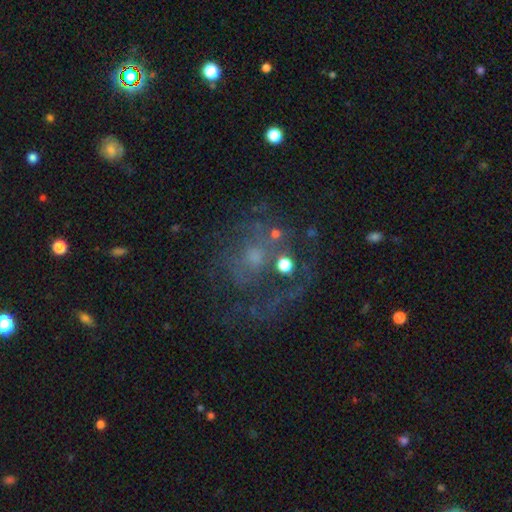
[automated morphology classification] Smooth or featured? featured or disk (60%)
Edge-on disk? no (97%)
Bar? no (81%)
Spiral arms? yes (57%)
Bulge size? small (45%)
Merging? none (49%)